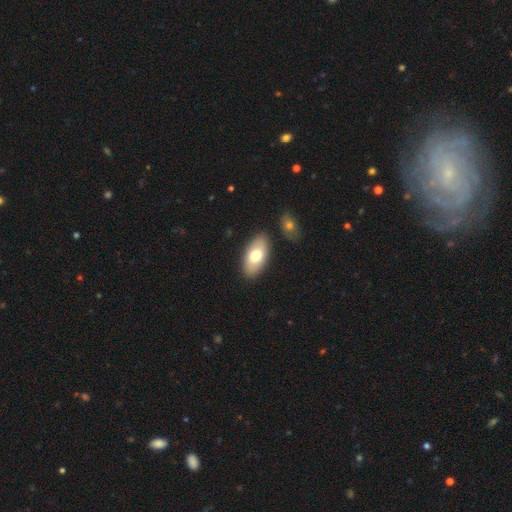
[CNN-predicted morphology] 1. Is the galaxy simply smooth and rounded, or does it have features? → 71% smooth, 23% featured or disk, 6% star or artifact.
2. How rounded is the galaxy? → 94% in between, 3% round, 3% cigar-shaped.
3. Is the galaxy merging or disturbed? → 85% none, 9% minor disturbance, 3% merger, 2% major disturbance.